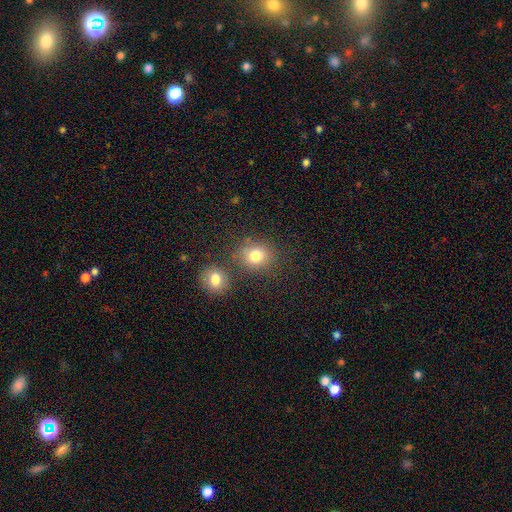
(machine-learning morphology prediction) Smooth or featured? Predicted: smooth (p=0.79). How rounded? Predicted: round (p=0.72). Merging? Predicted: none (p=0.69).